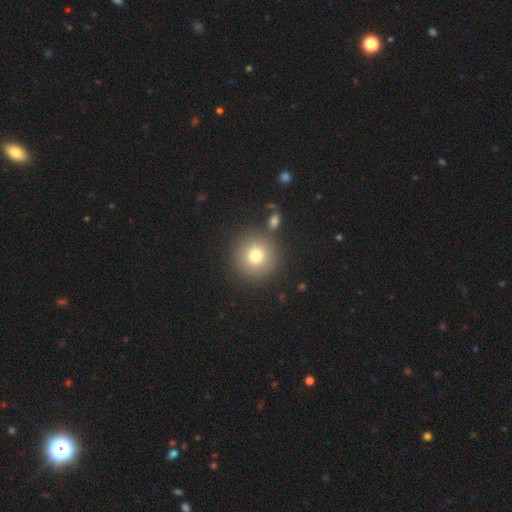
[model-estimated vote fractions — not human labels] This appears to be a smooth galaxy with no disk features (77%) that is round (95%). Merging: none (83%).